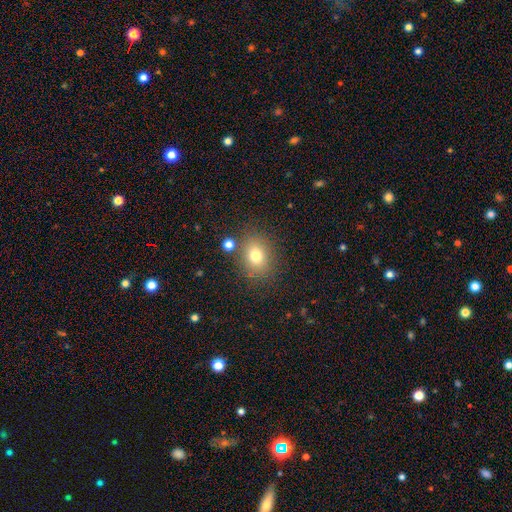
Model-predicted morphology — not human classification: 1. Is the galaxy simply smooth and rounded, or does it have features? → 76% smooth, 13% star or artifact, 11% featured or disk.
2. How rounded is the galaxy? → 51% in between, 48% round, 1% cigar-shaped.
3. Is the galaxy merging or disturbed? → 79% none, 11% minor disturbance, 6% merger, 4% major disturbance.